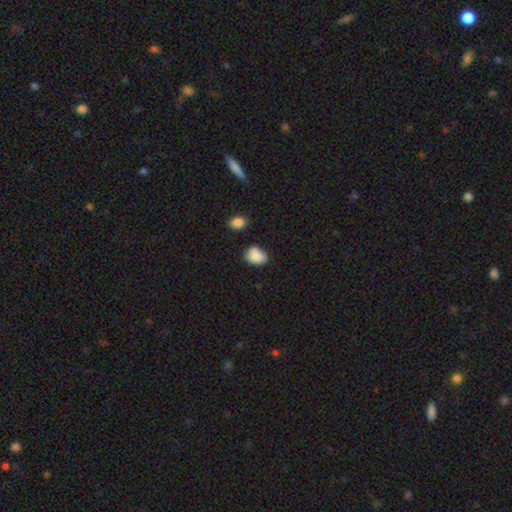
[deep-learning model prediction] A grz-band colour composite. It shows a smooth galaxy with no disk features (86%) that is in between round and cigar-shaped (72%). Merging: none (60%).